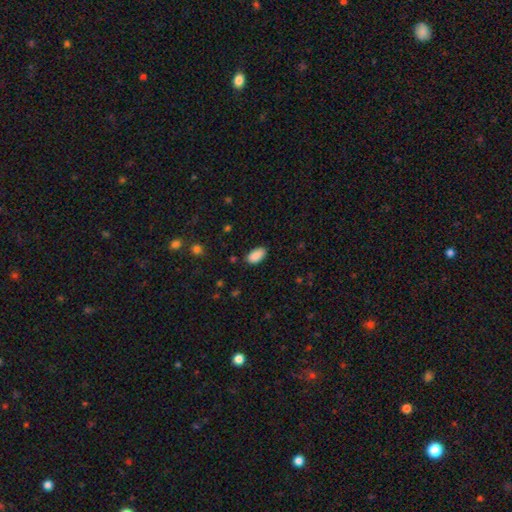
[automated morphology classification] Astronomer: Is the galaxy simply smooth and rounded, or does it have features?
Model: smooth — 89%.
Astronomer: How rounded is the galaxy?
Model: in between — 94%.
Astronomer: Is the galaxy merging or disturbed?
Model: none — 84%.